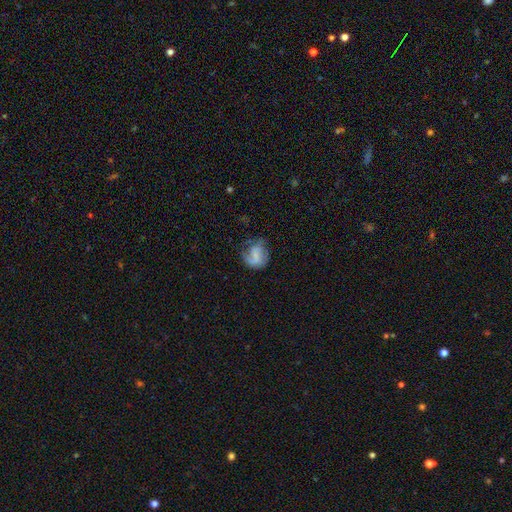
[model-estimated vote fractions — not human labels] Smooth or featured?
  - featured or disk: 48% *
  - smooth: 43%
  - star or artifact: 9%
Merging?
  - none: 47% *
  - minor disturbance: 26%
  - major disturbance: 25%
  - merger: 2%